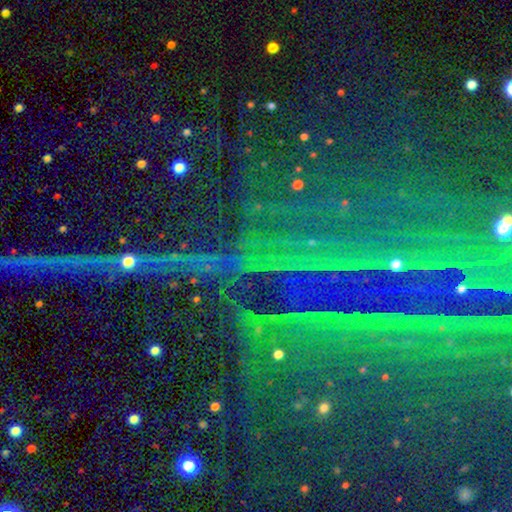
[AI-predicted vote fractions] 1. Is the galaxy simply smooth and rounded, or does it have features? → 85% star or artifact, 7% featured or disk, 7% smooth.